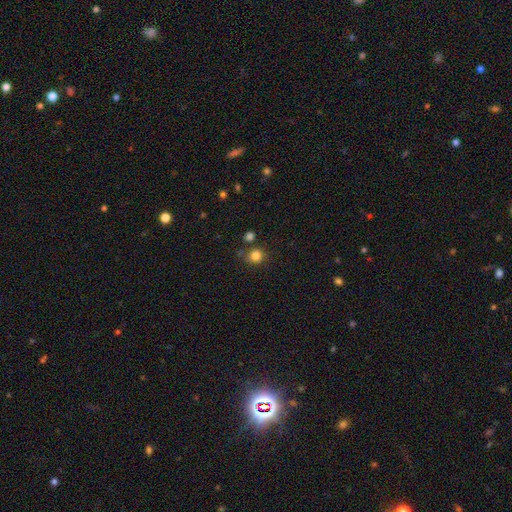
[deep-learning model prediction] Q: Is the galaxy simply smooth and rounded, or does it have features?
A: smooth — 83%.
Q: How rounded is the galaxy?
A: round — 86%.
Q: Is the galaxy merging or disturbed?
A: none — 75%.